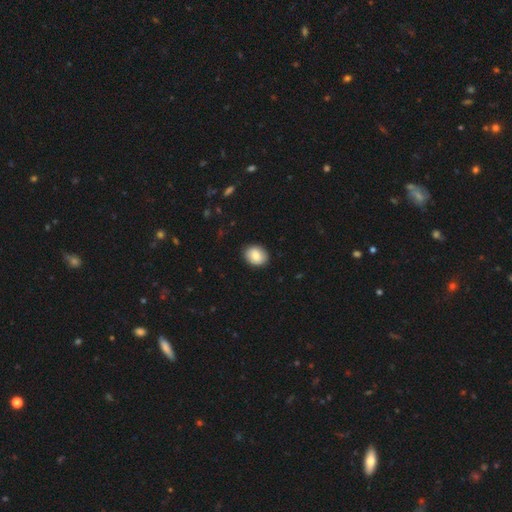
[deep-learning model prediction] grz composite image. It shows a smooth galaxy with no disk features (83%) that is in between round and cigar-shaped (56%). Merging: none (90%).